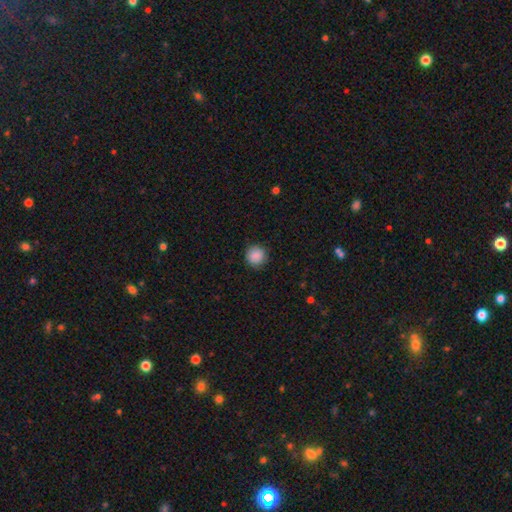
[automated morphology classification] smooth_or_featured: smooth (p=0.88) [alt: star or artifact p=0.08]
how_rounded: round (p=0.94) [alt: in between p=0.05]
merging: none (p=0.89) [alt: minor disturbance p=0.08]